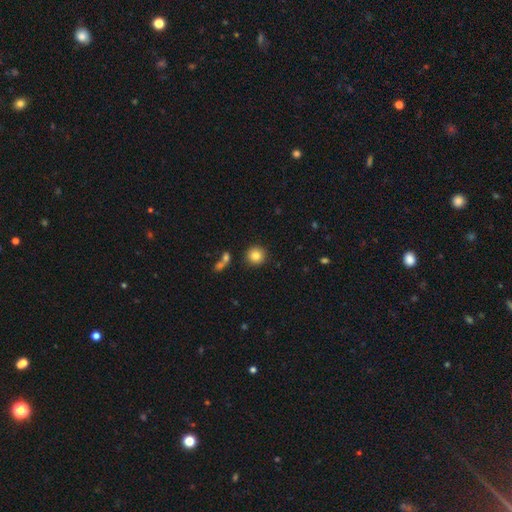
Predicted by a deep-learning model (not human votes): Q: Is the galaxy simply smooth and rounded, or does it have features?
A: smooth — 82%.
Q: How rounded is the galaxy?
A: round — 93%.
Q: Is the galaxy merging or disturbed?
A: none — 87%.